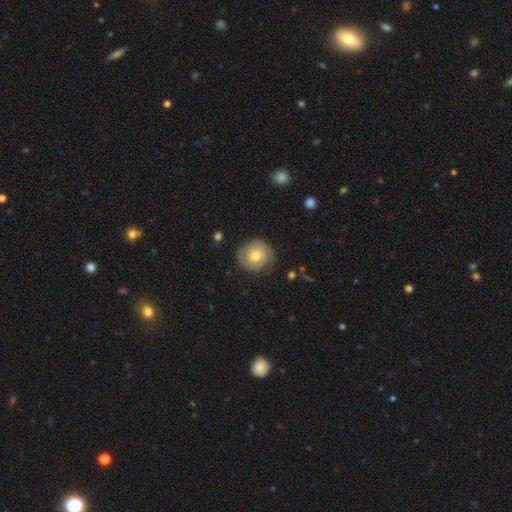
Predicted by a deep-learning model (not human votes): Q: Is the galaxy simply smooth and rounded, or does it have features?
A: smooth — 48%.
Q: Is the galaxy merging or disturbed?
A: none — 81%.